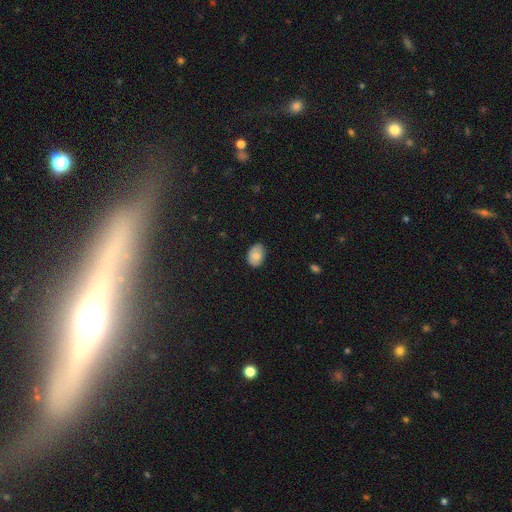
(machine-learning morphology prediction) smooth 71%, featured or disk 21%, star or artifact 8%. Down the decision tree: how rounded — in between (77%); merging — none (80%).